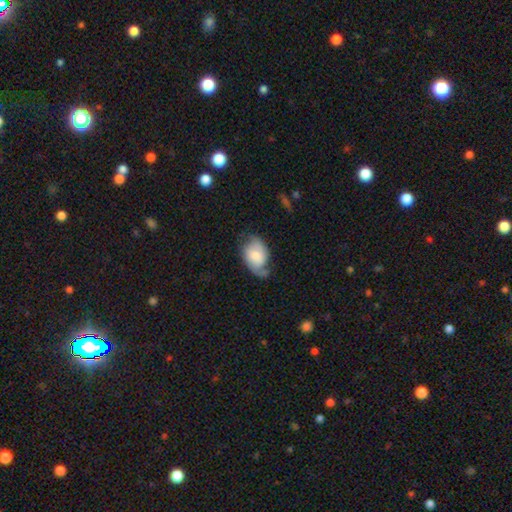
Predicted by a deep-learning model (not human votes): Smooth or featured? smooth (52%)
How rounded? in between (80%)
Merging? none (46%)